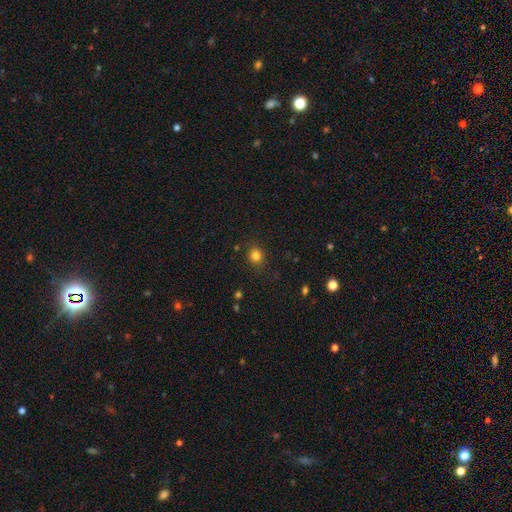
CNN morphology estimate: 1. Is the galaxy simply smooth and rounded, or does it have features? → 81% smooth, 14% star or artifact, 5% featured or disk.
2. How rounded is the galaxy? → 80% round, 19% in between, 1% cigar-shaped.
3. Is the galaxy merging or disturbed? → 86% none, 9% minor disturbance, 3% major disturbance, 1% merger.